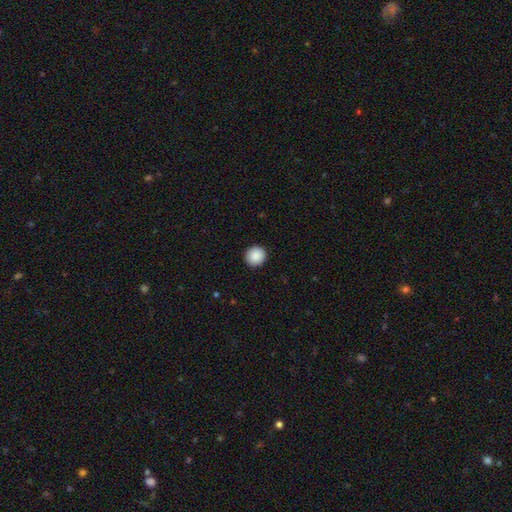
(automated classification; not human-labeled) Smooth or featured?
  - smooth: 89% *
  - star or artifact: 8%
  - featured or disk: 3%
How rounded?
  - round: 94% *
  - in between: 5%
  - cigar-shaped: 1%
Merging?
  - none: 93% *
  - minor disturbance: 5%
  - major disturbance: 1%
  - merger: 1%